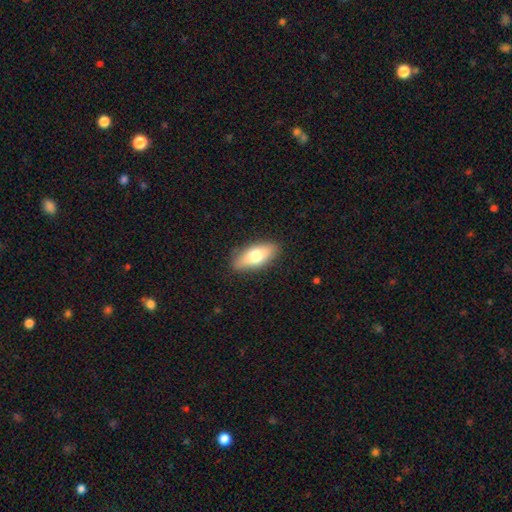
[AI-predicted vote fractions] smooth-or-featured: smooth: 71% | featured or disk: 23% | star or artifact: 6%
  how-rounded: in between: 81% | cigar-shaped: 16% | round: 3%
  merging: none: 87% | minor disturbance: 10% | major disturbance: 2% | merger: 1%